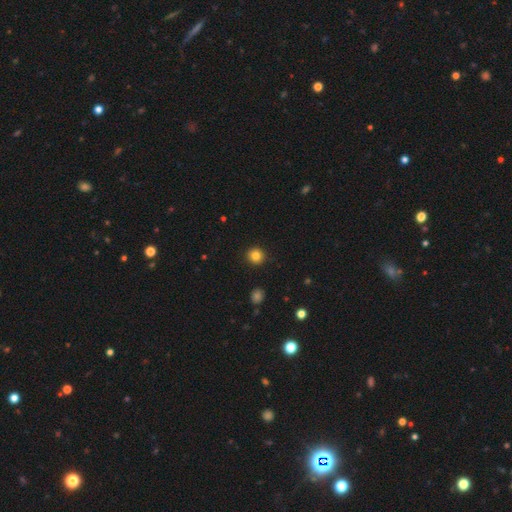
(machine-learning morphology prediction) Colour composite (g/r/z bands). It shows a smooth galaxy with no disk features (84%) that is round (93%). Merging: none (92%).